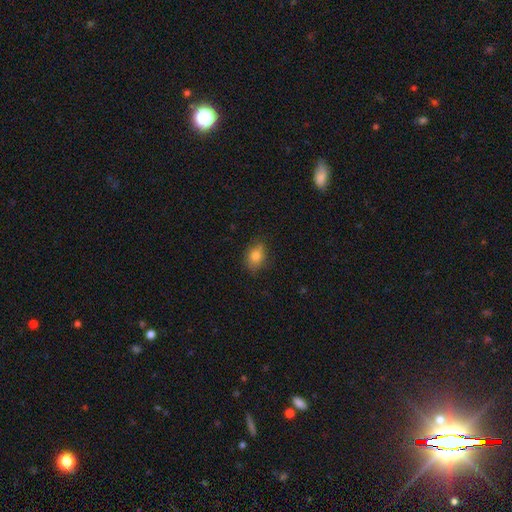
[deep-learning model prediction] Smooth or featured? Predicted: smooth (p=0.78). How rounded? Predicted: in between (p=0.65). Merging? Predicted: none (p=0.76).